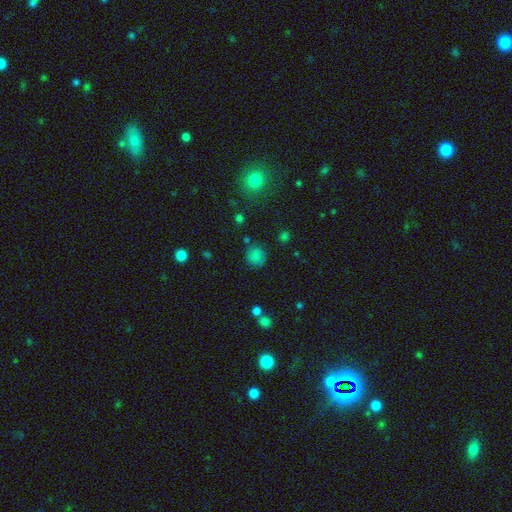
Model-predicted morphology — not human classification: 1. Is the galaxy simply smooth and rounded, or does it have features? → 79% smooth, 15% star or artifact, 7% featured or disk.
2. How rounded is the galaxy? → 82% round, 17% in between, 1% cigar-shaped.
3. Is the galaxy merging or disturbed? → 78% none, 14% minor disturbance, 4% major disturbance, 3% merger.